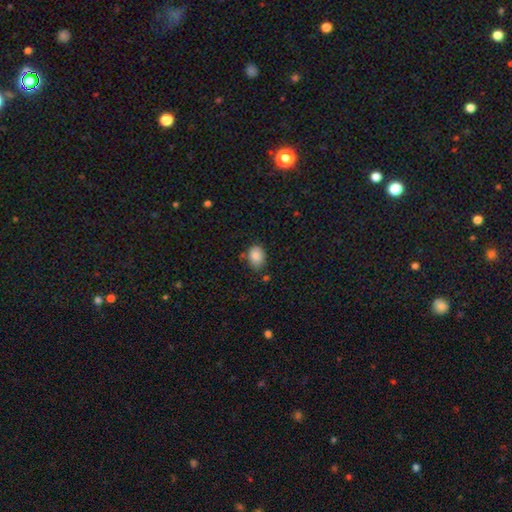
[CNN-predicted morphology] smooth 86%, star or artifact 8%, featured or disk 6%. Down the decision tree: how rounded — in between (66%); merging — none (66%).